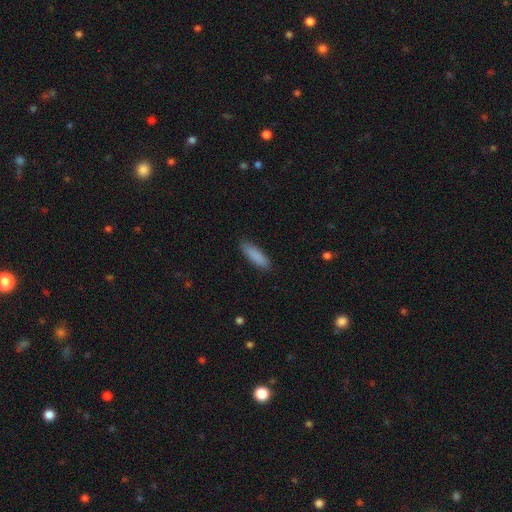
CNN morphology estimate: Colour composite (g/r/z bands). It shows a smooth galaxy with no disk features (88%) that is cigar-shaped (61%). Merging: none (88%).